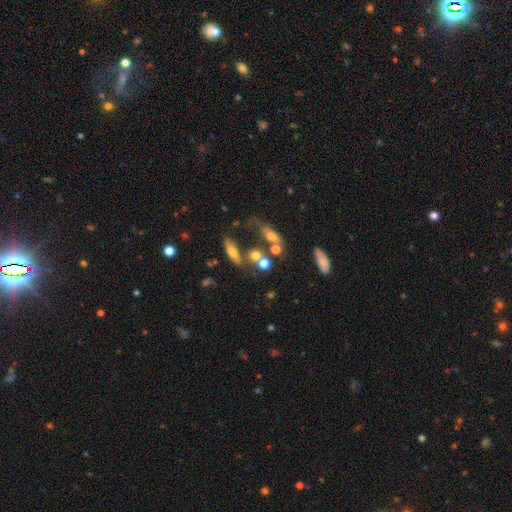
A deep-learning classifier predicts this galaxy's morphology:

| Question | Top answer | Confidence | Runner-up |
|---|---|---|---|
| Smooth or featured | smooth | 62% | featured or disk (20%) |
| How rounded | round | 56% | in between (33%) |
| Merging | none | 39% | merger (36%) |